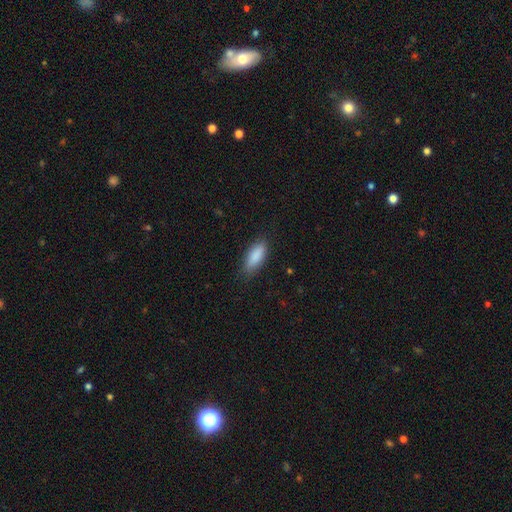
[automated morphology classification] Smooth or featured? smooth (87%)
How rounded? in between (70%)
Merging? none (82%)